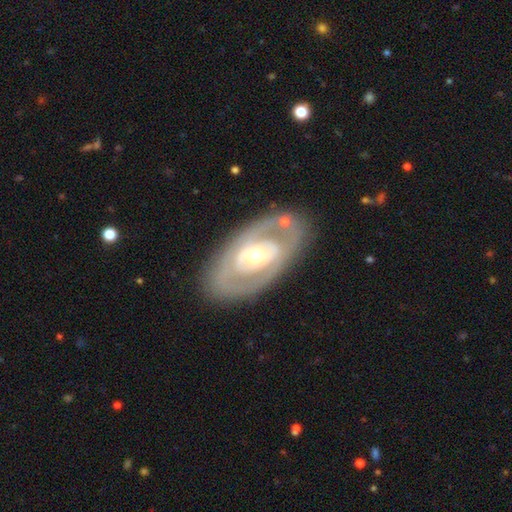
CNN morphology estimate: Smooth or featured?
  - featured or disk: 74% *
  - smooth: 21%
  - star or artifact: 5%
Edge-on disk?
  - no: 92% *
  - yes: 8%
Bar?
  - no: 60% *
  - weak: 25%
  - strong: 15%
Spiral arms?
  - no: 61% *
  - yes: 39%
Bulge size?
  - moderate: 55% *
  - small: 37%
  - large: 6%
  - dominant: 1%
  - none: 1%
Merging?
  - none: 79% *
  - minor disturbance: 13%
  - major disturbance: 6%
  - merger: 2%